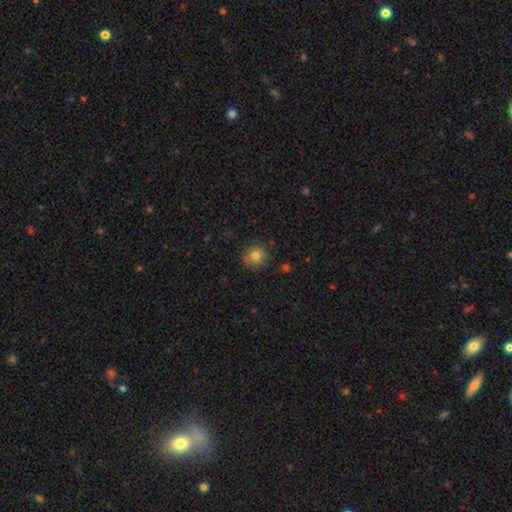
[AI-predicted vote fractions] Smooth or featured: smooth — 80% (star or artifact — 12%)
How rounded: round — 87% (in between — 12%)
Merging: none — 83% (minor disturbance — 13%)